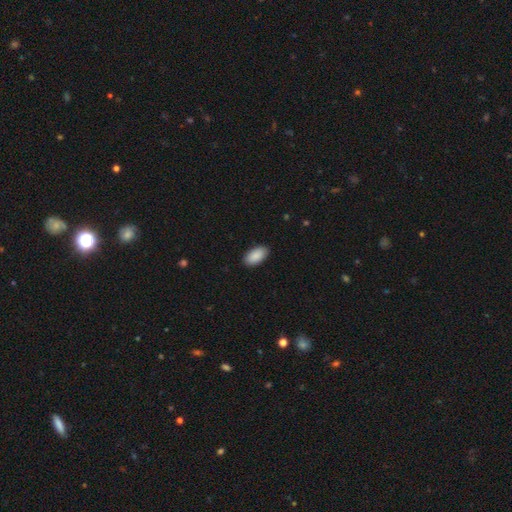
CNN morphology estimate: smooth_or_featured: smooth (p=0.90) [alt: star or artifact p=0.06]
how_rounded: in between (p=0.95) [alt: cigar-shaped p=0.03]
merging: none (p=0.88) [alt: minor disturbance p=0.09]